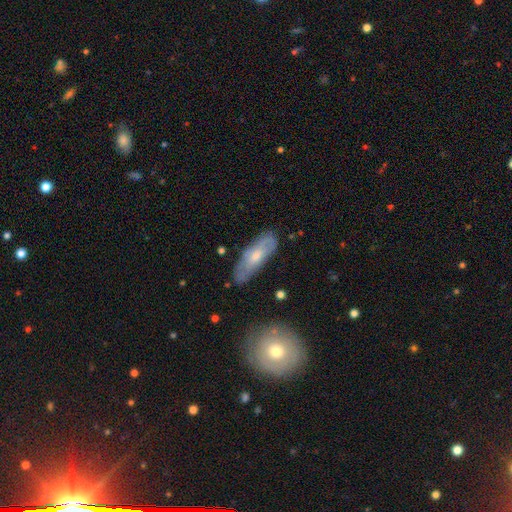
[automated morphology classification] The model was most divided on "smooth or featured": smooth: 48%, featured or disk: 45%, star or artifact: 7%. More confident: merging — none (73%).